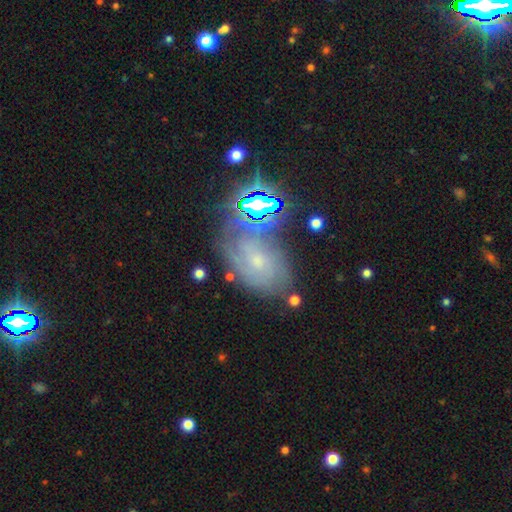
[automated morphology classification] This is possibly a featured or disk galaxy (51%). It is clearly not viewed edge-on (95%). Merging: likely none (64%).